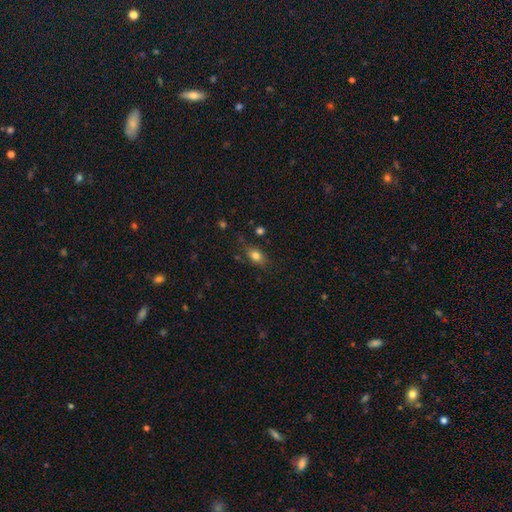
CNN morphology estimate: The model was most divided on "merging": none: 73%, minor disturbance: 19%, major disturbance: 5%, merger: 3%. More confident: smooth or featured — smooth (79%); how rounded — in between (78%).